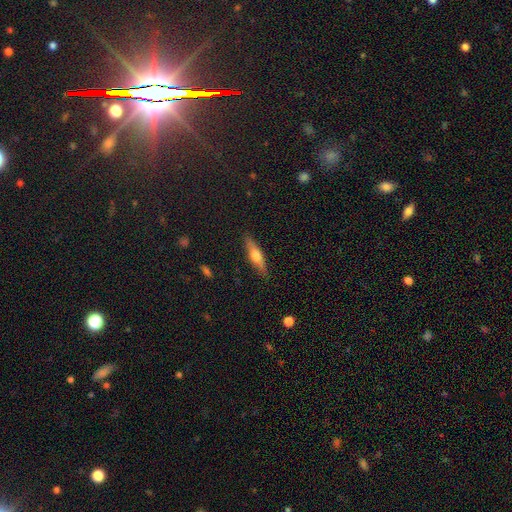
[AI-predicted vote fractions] Smooth or featured? Predicted: featured or disk (p=0.53). Edge-on disk? Predicted: yes (p=0.93). Merging? Predicted: none (p=0.88).